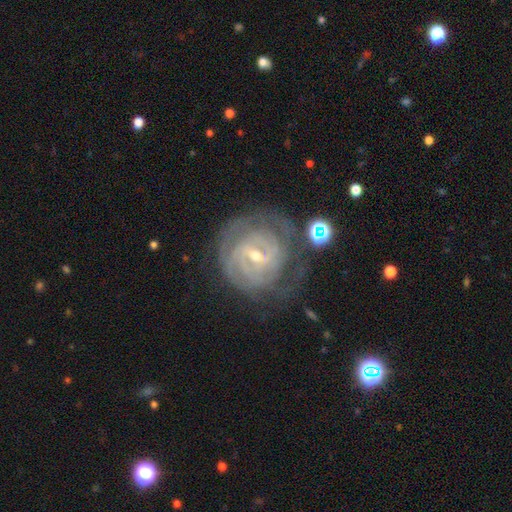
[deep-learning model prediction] Smooth or featured?
  - featured or disk: 86% *
  - smooth: 8%
  - star or artifact: 6%
Edge-on disk?
  - no: 97% *
  - yes: 3%
Bar?
  - weak: 53% *
  - strong: 26%
  - no: 21%
Spiral arms?
  - yes: 94% *
  - no: 6%
Spiral winding?
  - tight: 76% *
  - medium: 19%
  - loose: 4%
Spiral arm count?
  - can't tell: 39% *
  - 2: 20%
  - 3: 17%
  - 4: 13%
  - more than 4: 5%
  - 1: 5%
Bulge size?
  - small: 60% *
  - moderate: 37%
  - large: 1%
  - none: 1%
  - dominant: 1%
Merging?
  - none: 66% *
  - minor disturbance: 19%
  - major disturbance: 11%
  - merger: 3%